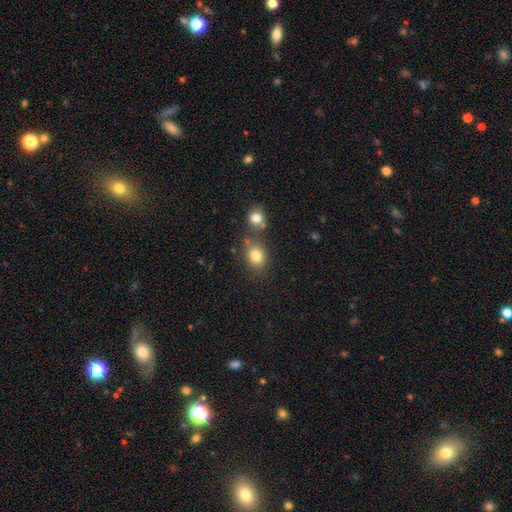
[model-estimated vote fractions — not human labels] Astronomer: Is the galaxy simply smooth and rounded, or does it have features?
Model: smooth — 81%.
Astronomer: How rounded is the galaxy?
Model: round — 54% (runner-up: in between, 45%).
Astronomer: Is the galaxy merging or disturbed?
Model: none — 60%.